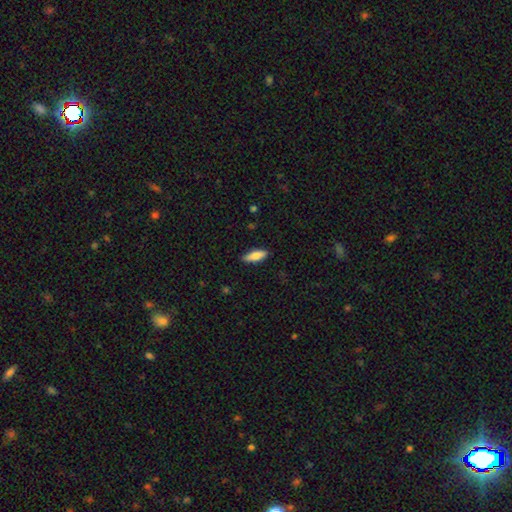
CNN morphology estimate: This is likely a smooth galaxy (76%). How rounded: possibly in between (59%). Merging: clearly none (86%).